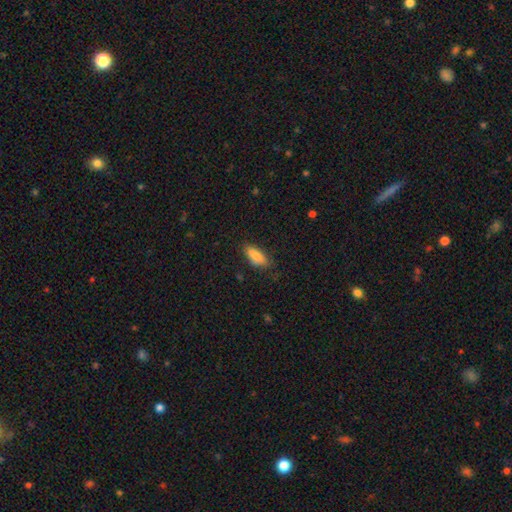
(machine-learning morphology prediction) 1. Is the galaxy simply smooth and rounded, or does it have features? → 85% smooth, 7% featured or disk, 7% star or artifact.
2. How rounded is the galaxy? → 81% in between, 17% cigar-shaped, 2% round.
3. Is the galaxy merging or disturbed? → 74% none, 20% minor disturbance, 5% major disturbance, 1% merger.